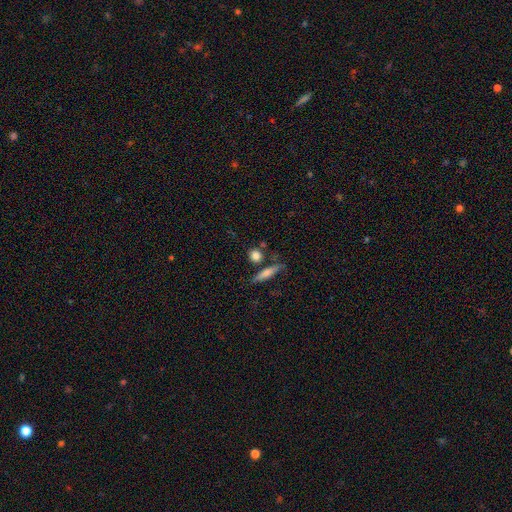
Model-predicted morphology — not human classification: smooth 80%, featured or disk 11%, star or artifact 9%. Down the decision tree: how rounded — round (71%); merging — none (73%).